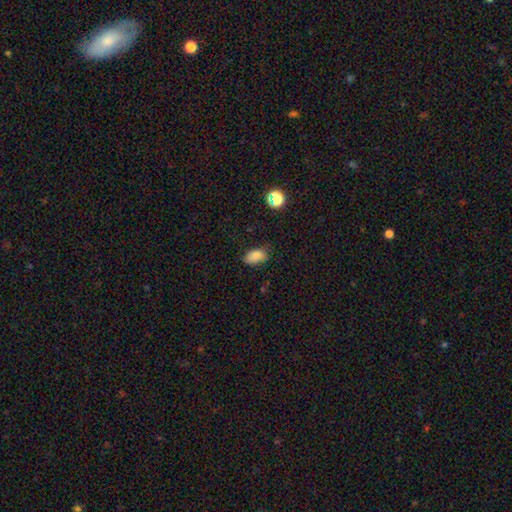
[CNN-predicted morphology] smooth-or-featured: smooth: 83% | star or artifact: 10% | featured or disk: 7%
  how-rounded: in between: 90% | round: 8% | cigar-shaped: 2%
  merging: none: 69% | minor disturbance: 25% | major disturbance: 5% | merger: 2%